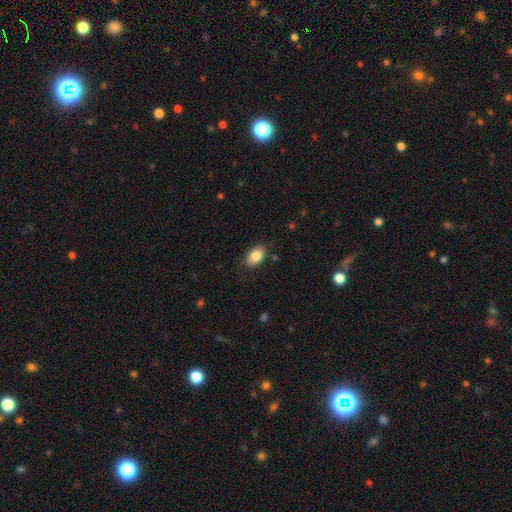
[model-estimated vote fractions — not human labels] A smooth galaxy with no disk features (84%) that is in between round and cigar-shaped (89%).

Vote fractions:
- Smooth or featured? smooth: 84% / featured or disk: 8% / star or artifact: 7%
- How rounded? in between: 89% / round: 9% / cigar-shaped: 1%
- Merging? none: 80% / minor disturbance: 16% / major disturbance: 3% / merger: 1%